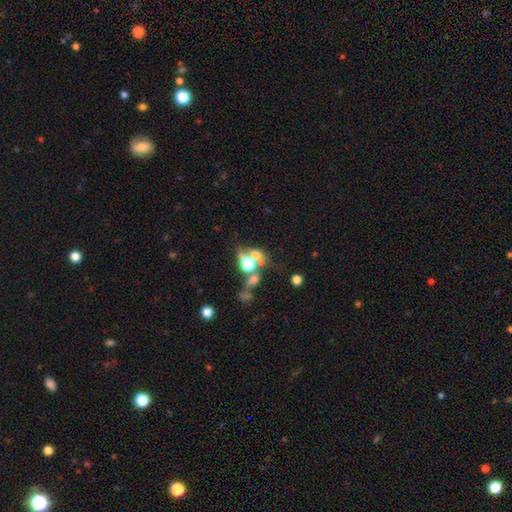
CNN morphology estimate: This appears to be a smooth galaxy with no disk features (56%) that is round (51%). Merging: merger (52%).